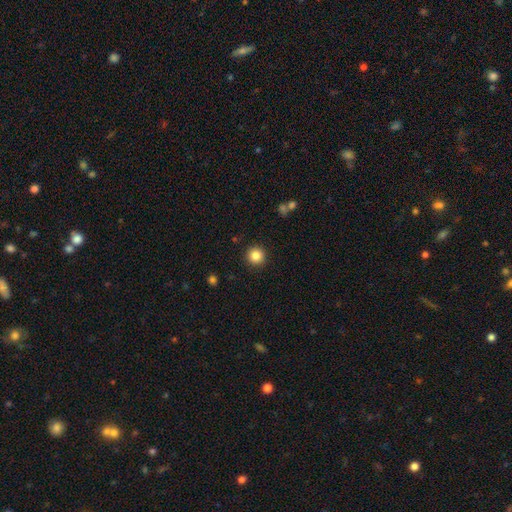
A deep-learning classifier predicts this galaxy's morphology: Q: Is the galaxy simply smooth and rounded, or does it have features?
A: smooth — 85%.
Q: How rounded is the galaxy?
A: round — 95%.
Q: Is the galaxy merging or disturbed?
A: none — 92%.